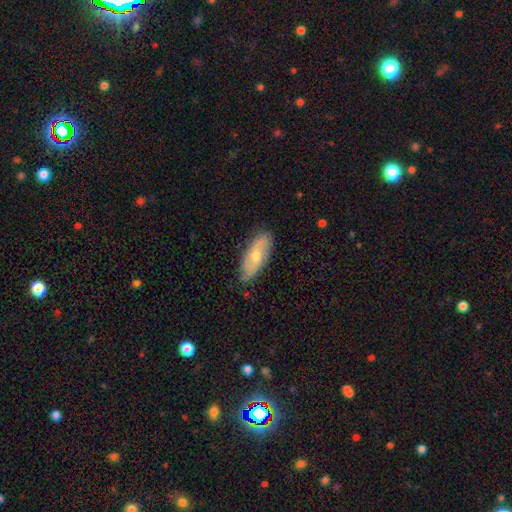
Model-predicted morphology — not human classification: Smooth or featured?
  - featured or disk: 47% *
  - smooth: 46%
  - star or artifact: 7%
Merging?
  - none: 81% *
  - minor disturbance: 15%
  - major disturbance: 3%
  - merger: 1%